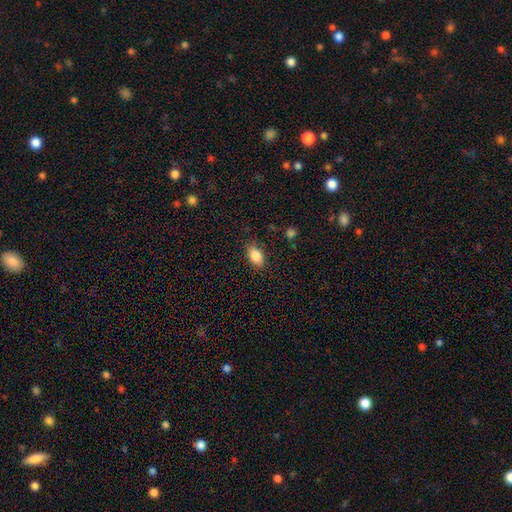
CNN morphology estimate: The model was most divided on "merging": none: 84%, minor disturbance: 12%, major disturbance: 3%, merger: 1%. More confident: how rounded — in between (90%); smooth or featured — smooth (87%).